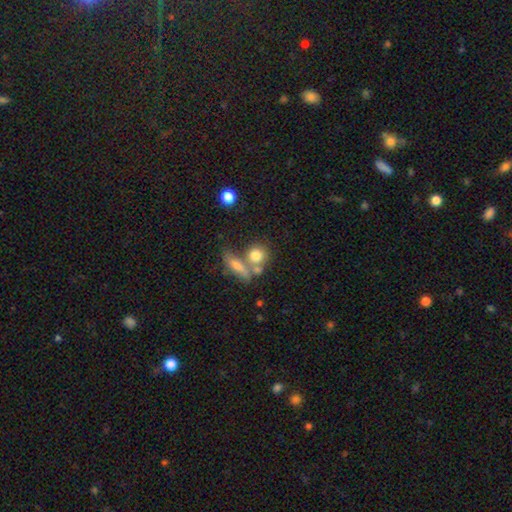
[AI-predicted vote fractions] A smooth galaxy with no disk features (76%) that is round (70%).

Vote fractions:
- Smooth or featured? smooth: 76% / featured or disk: 14% / star or artifact: 10%
- How rounded? round: 70% / in between: 24% / cigar-shaped: 6%
- Merging? none: 46% / merger: 38% / minor disturbance: 10% / major disturbance: 6%